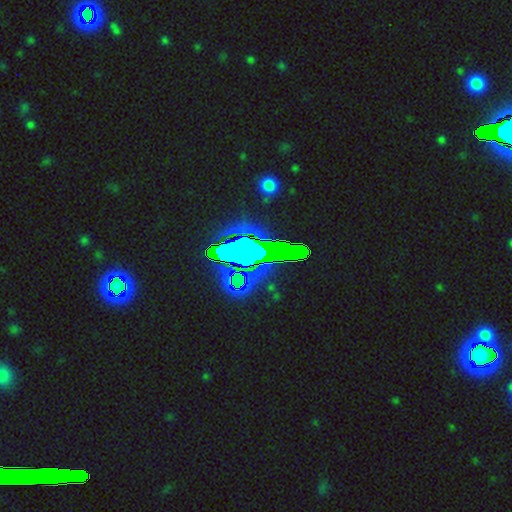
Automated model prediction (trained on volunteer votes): Q: Smooth or featured?
A: star or artifact (71%); runner-up: featured or disk (16%)